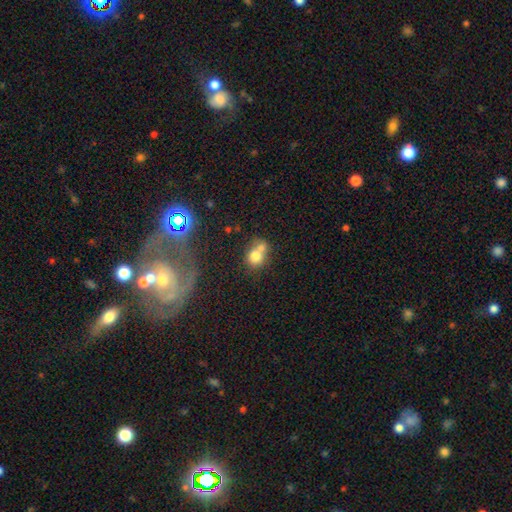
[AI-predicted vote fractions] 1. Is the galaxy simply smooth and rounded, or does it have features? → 73% smooth, 16% featured or disk, 11% star or artifact.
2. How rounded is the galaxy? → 69% round, 30% in between, 1% cigar-shaped.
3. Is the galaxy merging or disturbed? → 56% merger, 31% none, 9% minor disturbance, 4% major disturbance.